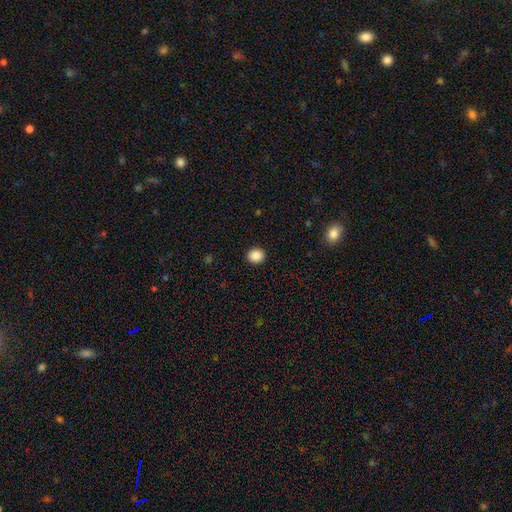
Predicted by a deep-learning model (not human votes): Smooth or featured: smooth — 88% (star or artifact — 9%)
How rounded: round — 75% (in between — 25%)
Merging: none — 91% (minor disturbance — 6%)